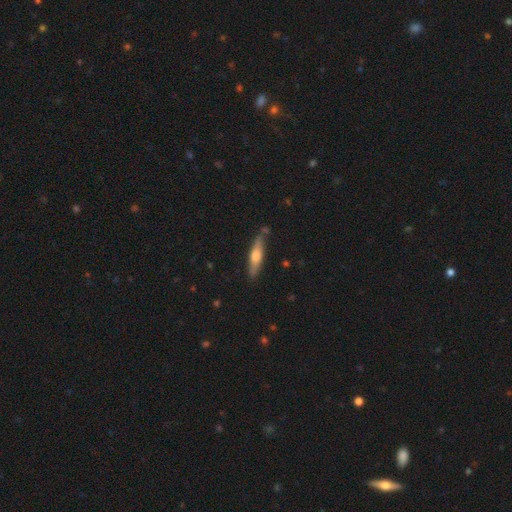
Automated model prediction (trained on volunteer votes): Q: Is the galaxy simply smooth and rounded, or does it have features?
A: featured or disk — 50%.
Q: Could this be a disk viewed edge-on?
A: yes — 92%.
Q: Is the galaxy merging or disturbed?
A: none — 82%.